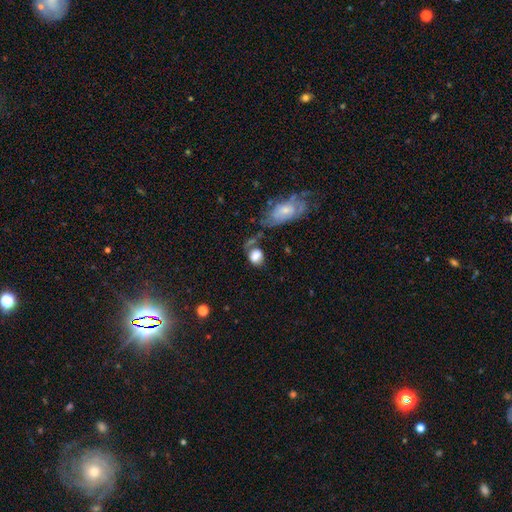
This appears to be a smooth galaxy with no disk features (73%) that is round (63%). Merging: none (30%).